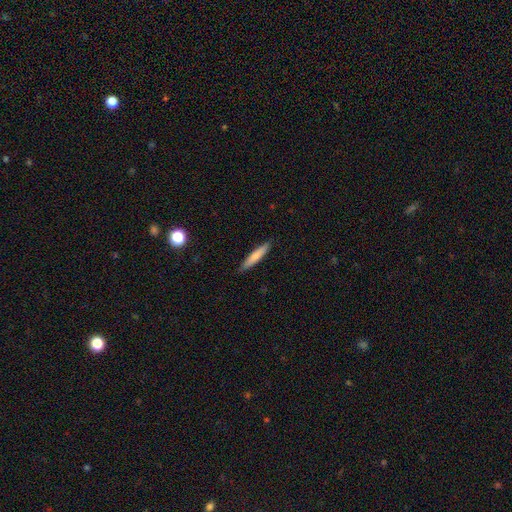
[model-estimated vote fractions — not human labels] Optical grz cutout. It shows a smooth galaxy with no disk features (71%) that is cigar-shaped (91%). Merging: none (89%).